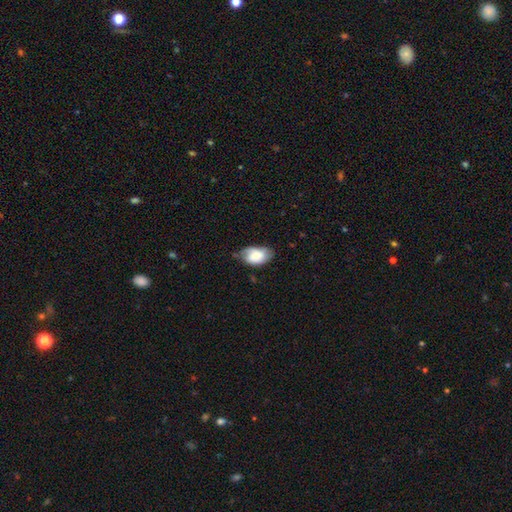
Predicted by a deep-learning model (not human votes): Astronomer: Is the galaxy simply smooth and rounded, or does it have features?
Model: smooth — 66%.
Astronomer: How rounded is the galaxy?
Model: in between — 90%.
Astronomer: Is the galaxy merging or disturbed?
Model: none — 51% (runner-up: minor disturbance, 37%).